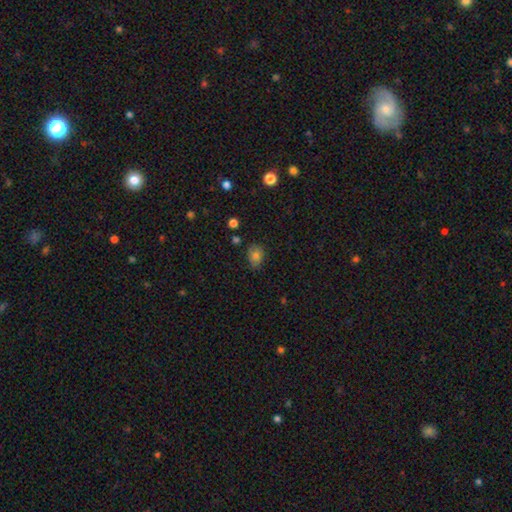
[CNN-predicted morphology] smooth-or-featured: smooth: 79% | star or artifact: 12% | featured or disk: 9%
  how-rounded: in between: 70% | round: 29% | cigar-shaped: 1%
  merging: none: 73% | minor disturbance: 21% | major disturbance: 4% | merger: 2%